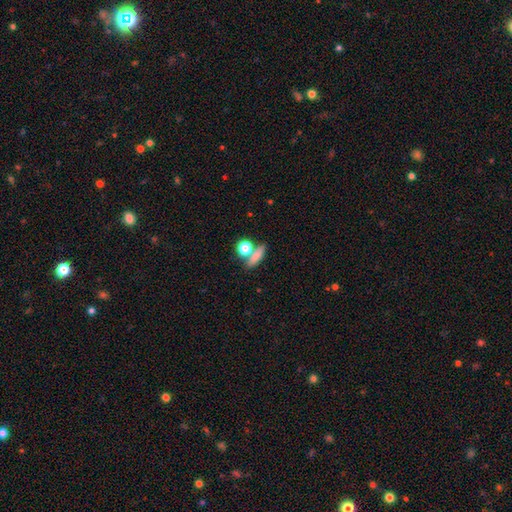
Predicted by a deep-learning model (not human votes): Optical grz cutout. It shows a smooth galaxy with no disk features (76%) that is in between round and cigar-shaped (37%). Merging: none (58%).